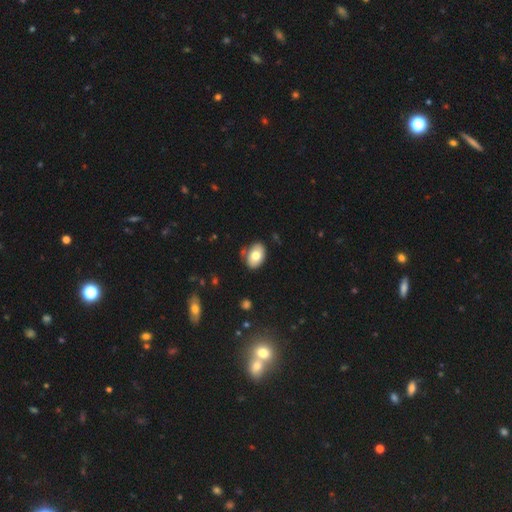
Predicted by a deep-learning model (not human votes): Smooth or featured?
  - smooth: 76% *
  - featured or disk: 17%
  - star or artifact: 7%
How rounded?
  - in between: 86% *
  - round: 13%
  - cigar-shaped: 1%
Merging?
  - none: 77% *
  - minor disturbance: 16%
  - merger: 4%
  - major disturbance: 3%